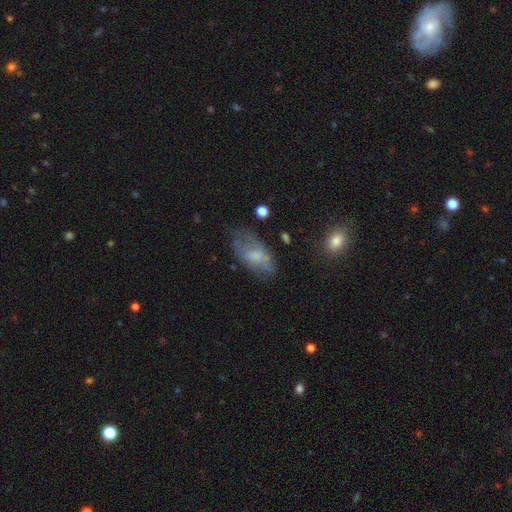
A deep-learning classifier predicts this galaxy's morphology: Overall: smooth (54%; featured or disk 38%). How rounded: in between (91%). Merging: none (48%; minor disturbance 30%).